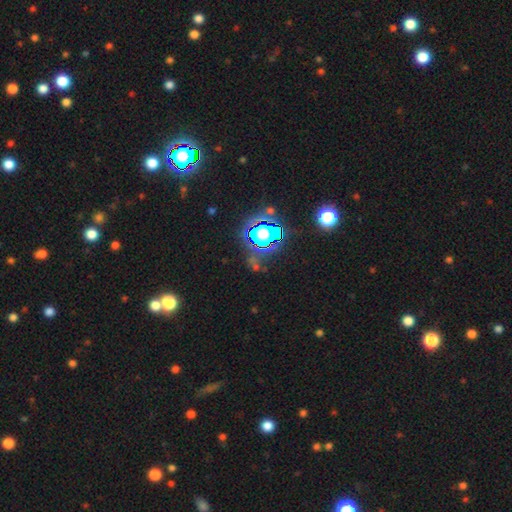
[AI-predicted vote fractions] star or artifact 78%, smooth 14%, featured or disk 9%.